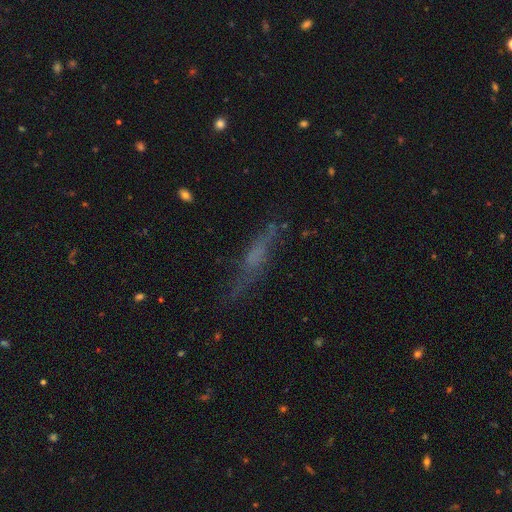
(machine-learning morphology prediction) Smooth or featured? Predicted: featured or disk (p=0.44). Merging? Predicted: none (p=0.61).